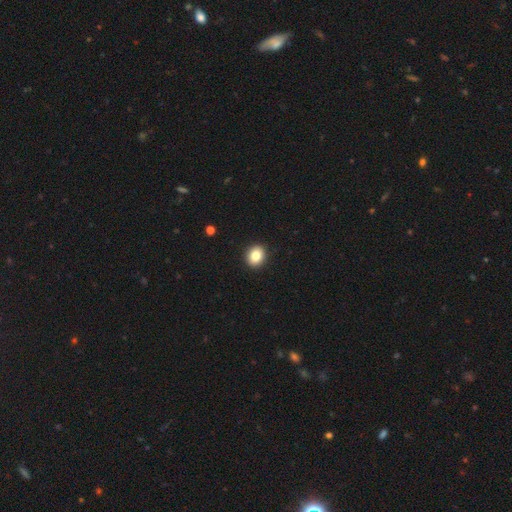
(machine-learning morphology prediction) Smooth or featured?
  - smooth: 83% *
  - star or artifact: 10%
  - featured or disk: 7%
How rounded?
  - round: 63% *
  - in between: 37%
  - cigar-shaped: 1%
Merging?
  - none: 92% *
  - minor disturbance: 6%
  - major disturbance: 2%
  - merger: 1%